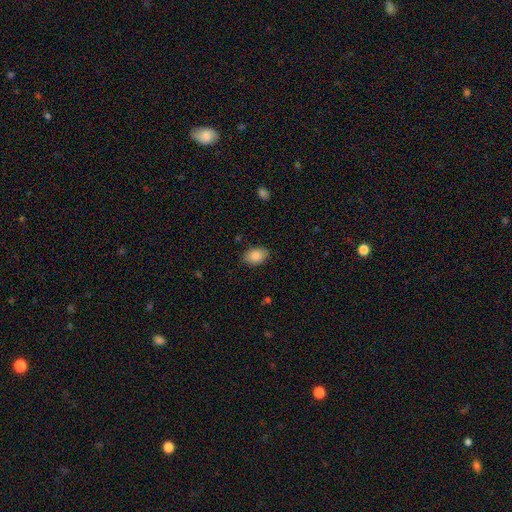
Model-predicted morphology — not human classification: Smooth or featured?
  - smooth: 87% *
  - star or artifact: 7%
  - featured or disk: 6%
How rounded?
  - in between: 86% *
  - round: 13%
  - cigar-shaped: 1%
Merging?
  - none: 85% *
  - minor disturbance: 11%
  - major disturbance: 3%
  - merger: 1%